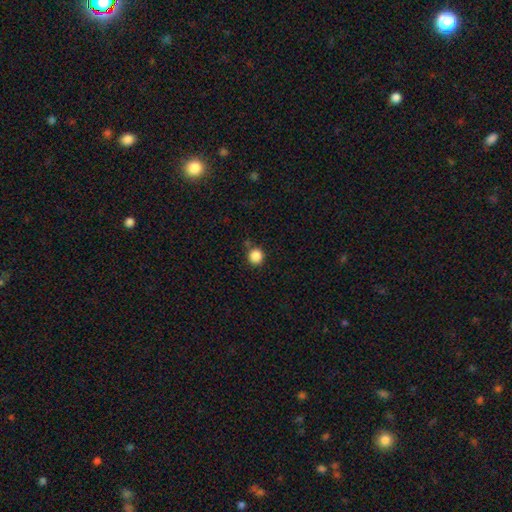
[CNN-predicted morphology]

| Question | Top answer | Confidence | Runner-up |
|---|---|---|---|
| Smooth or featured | smooth | 86% | star or artifact (11%) |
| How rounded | round | 92% | in between (7%) |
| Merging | none | 80% | minor disturbance (10%) |